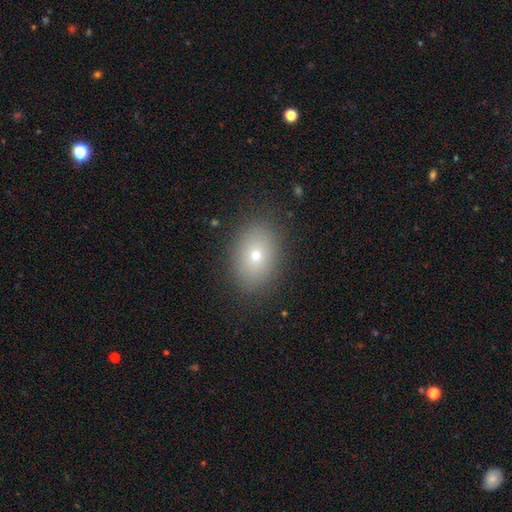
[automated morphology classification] Overall: smooth (71%). How rounded: in between (74%). Merging: none (87%).